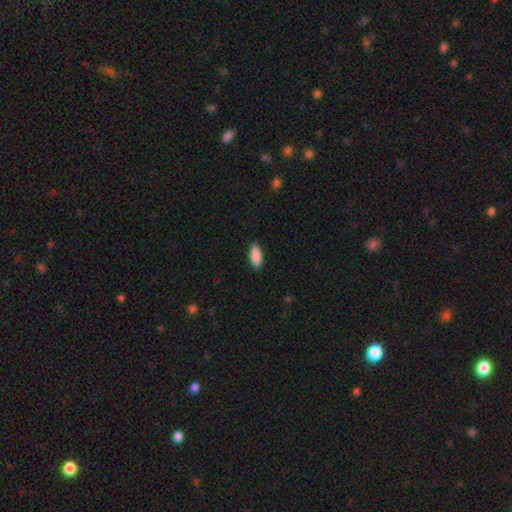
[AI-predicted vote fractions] The model was most divided on "how rounded": in between: 87%, cigar-shaped: 11%, round: 2%. More confident: smooth or featured — smooth (90%); merging — none (88%).